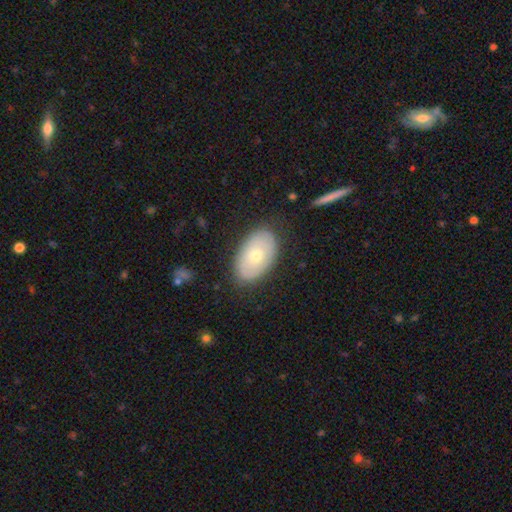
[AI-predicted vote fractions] smooth-or-featured: smooth: 60% | featured or disk: 34% | star or artifact: 6%
  how-rounded: in between: 91% | round: 7% | cigar-shaped: 1%
  merging: none: 83% | minor disturbance: 13% | major disturbance: 3% | merger: 1%